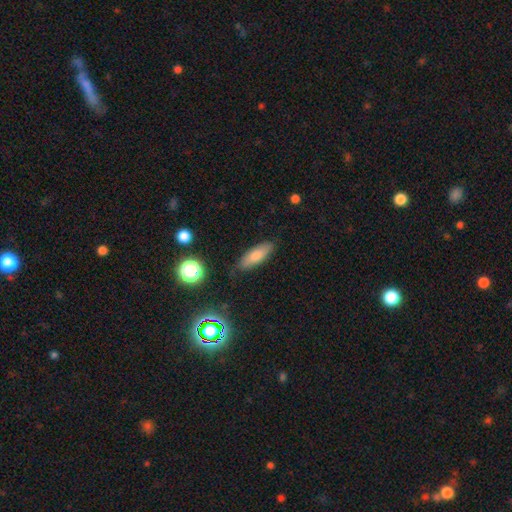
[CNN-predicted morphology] This is likely a smooth galaxy (78%). How rounded: possibly in between (58%). Merging: clearly none (83%).